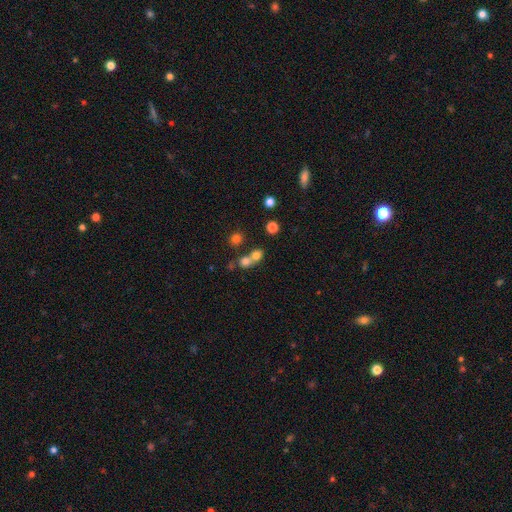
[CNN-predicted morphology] Smooth or featured: smooth — 73% (star or artifact — 16%)
How rounded: round — 74% (in between — 24%)
Merging: merger — 52% (none — 38%)